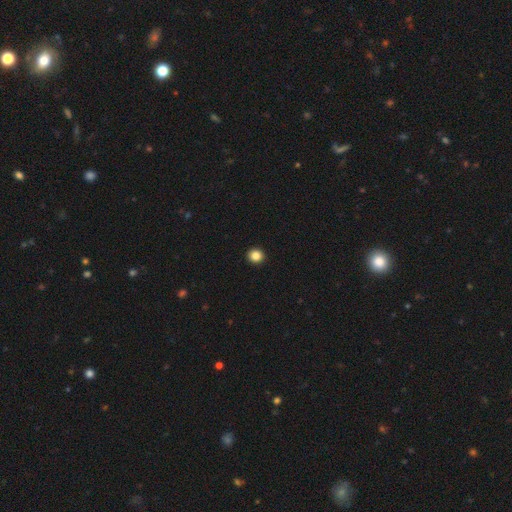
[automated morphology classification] Smooth or featured? smooth (85%)
How rounded? round (92%)
Merging? none (94%)